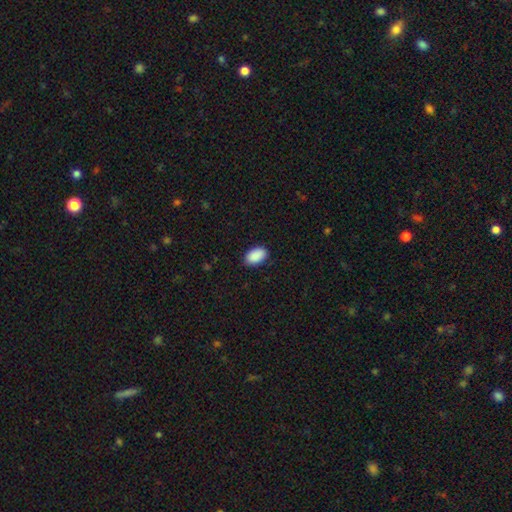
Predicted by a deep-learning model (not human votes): A smooth galaxy with no disk features (91%) that is in between round and cigar-shaped (93%).

Vote fractions:
- Smooth or featured? smooth: 91% / star or artifact: 6% / featured or disk: 3%
- How rounded? in between: 93% / round: 5% / cigar-shaped: 1%
- Merging? none: 87% / minor disturbance: 10% / major disturbance: 2% / merger: 1%